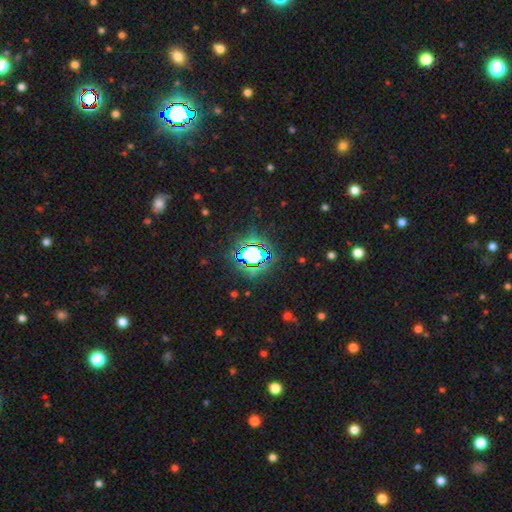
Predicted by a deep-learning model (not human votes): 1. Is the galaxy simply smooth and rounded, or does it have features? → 72% star or artifact, 17% smooth, 11% featured or disk.